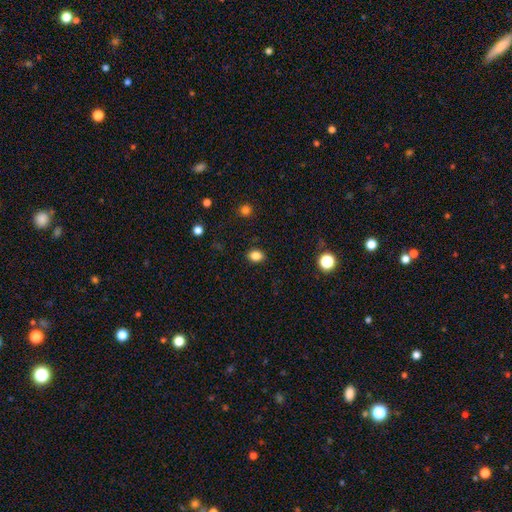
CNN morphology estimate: Overall: smooth (84%). How rounded: in between (65%; round 34%). Merging: none (89%).